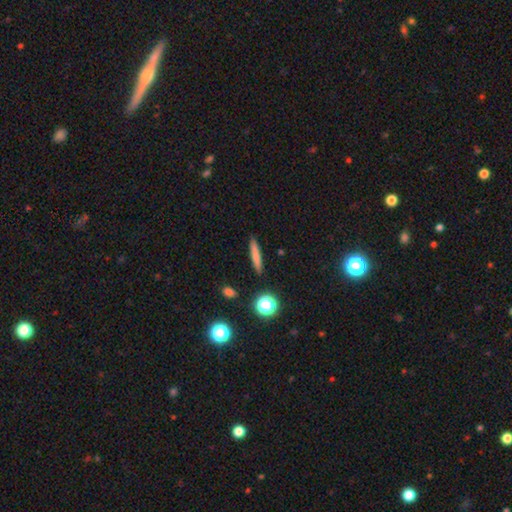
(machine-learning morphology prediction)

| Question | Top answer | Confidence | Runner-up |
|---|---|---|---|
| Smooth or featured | smooth | 74% | featured or disk (16%) |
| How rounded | cigar-shaped | 90% | in between (7%) |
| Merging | none | 89% | minor disturbance (7%) |